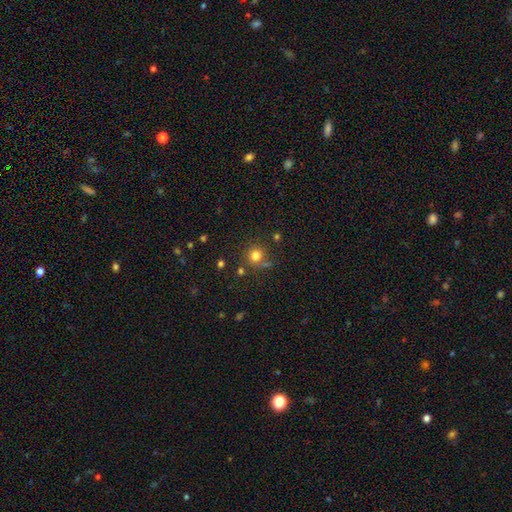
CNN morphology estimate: type=smooth (78%); roundness=round (92%); merging=none (75%).